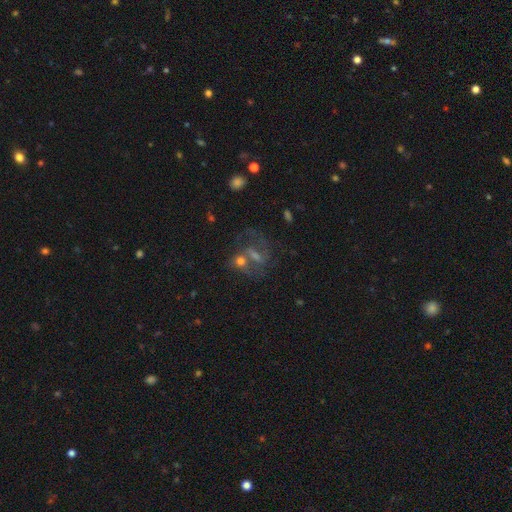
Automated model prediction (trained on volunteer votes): smooth_or_featured: featured or disk (p=0.58) [alt: smooth p=0.24]
disk_edge_on: no (p=0.95) [alt: yes p=0.05]
bar: weak (p=0.45) [alt: no p=0.31]
has_spiral_arms: yes (p=0.71) [alt: no p=0.29]
bulge_size: moderate (p=0.40) [alt: small p=0.37]
merging: merger (p=0.40) [alt: none p=0.36]